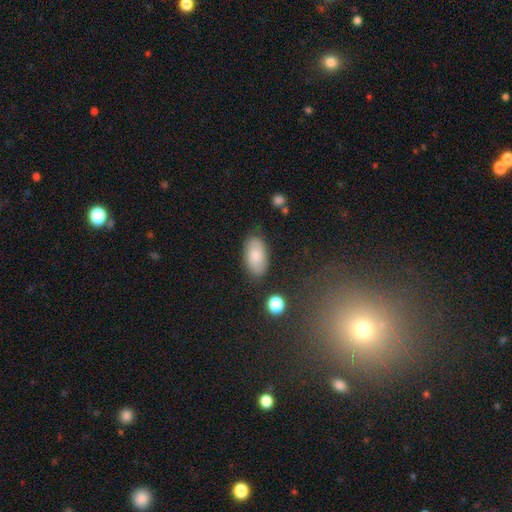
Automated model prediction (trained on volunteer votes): Smooth or featured: smooth — 75% (featured or disk — 17%)
How rounded: in between — 94% (round — 3%)
Merging: none — 81% (minor disturbance — 13%)